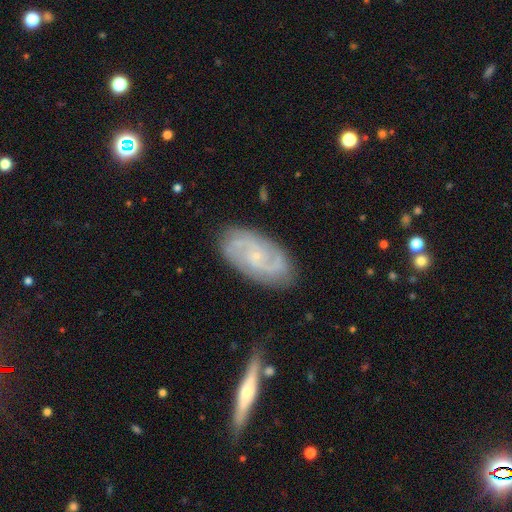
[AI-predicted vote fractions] This appears to be a featured or disk galaxy (80%) with no bar (66%), 2 (49%) medium (43%) spiral arms (95%) and a small central bulge (80%). Merging: none (81%).